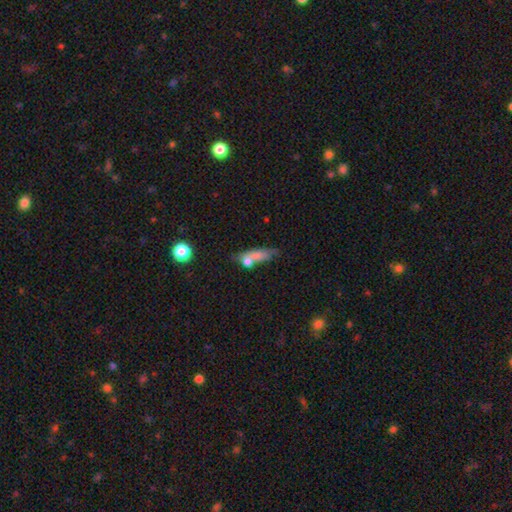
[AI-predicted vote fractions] This is likely a smooth galaxy (66%). How rounded: possibly cigar-shaped (47%). Merging: marginally none (43%).